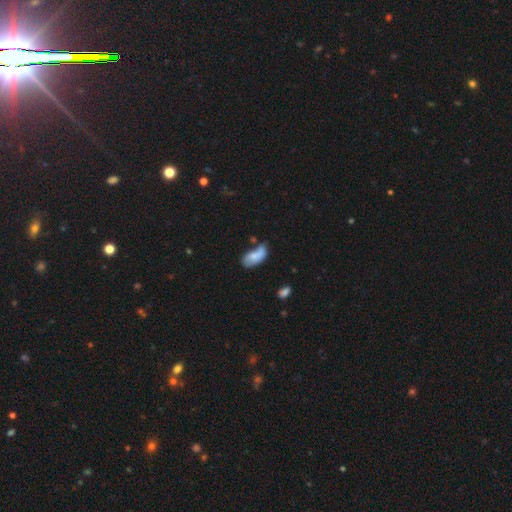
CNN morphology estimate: This appears to be a smooth galaxy with no disk features (70%) that is in between round and cigar-shaped (91%). Merging: none (36%).